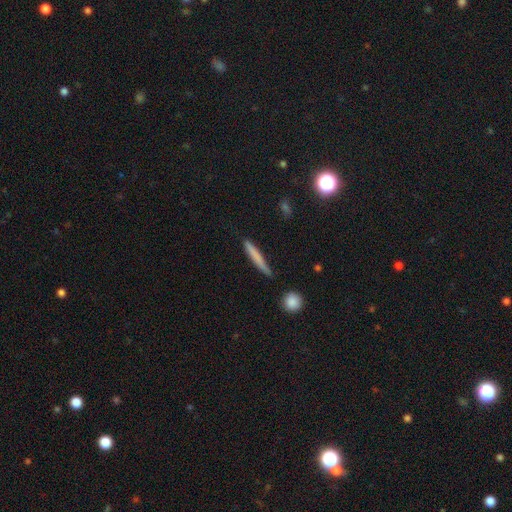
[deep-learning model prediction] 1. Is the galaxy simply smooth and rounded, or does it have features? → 71% smooth, 23% featured or disk, 6% star or artifact.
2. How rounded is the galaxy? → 95% cigar-shaped, 3% in between, 2% round.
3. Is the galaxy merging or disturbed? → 83% none, 13% minor disturbance, 2% major disturbance, 2% merger.